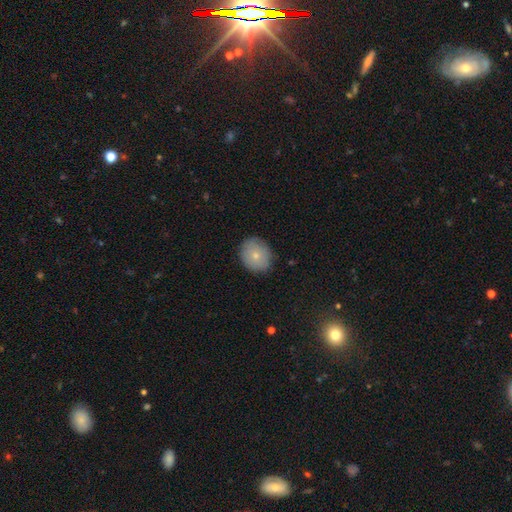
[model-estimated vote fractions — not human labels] This is likely a smooth galaxy (74%). How rounded: likely round (74%). Merging: clearly none (86%).